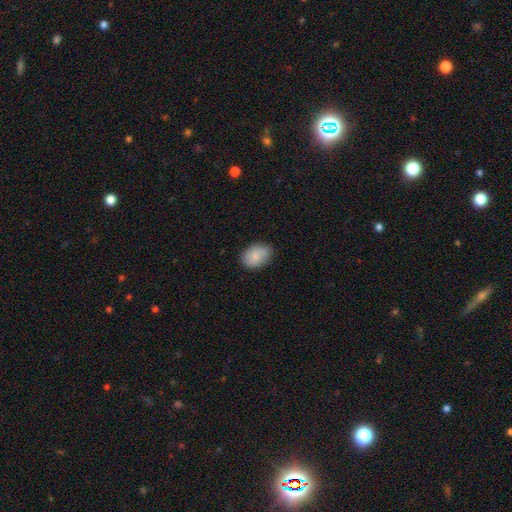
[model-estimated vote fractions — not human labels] Overall: smooth (79%). How rounded: in between (79%). Merging: none (81%).